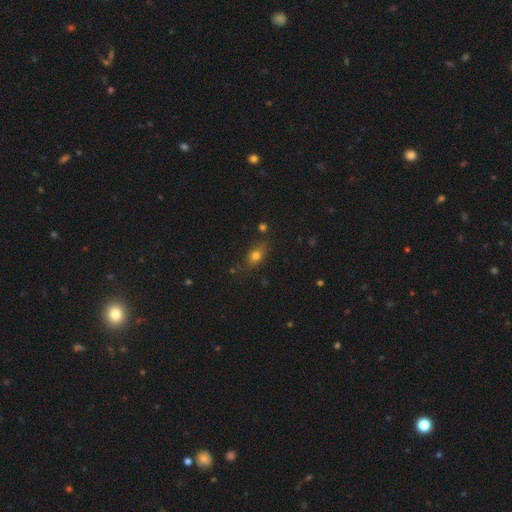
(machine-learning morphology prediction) type=smooth (75%); roundness=in between (67%); merging=none (75%).